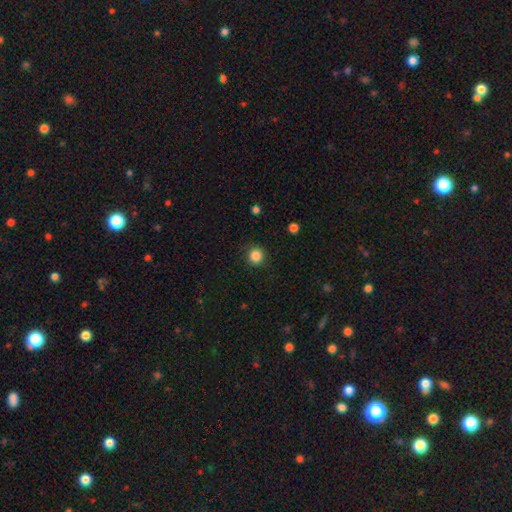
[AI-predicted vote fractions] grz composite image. It shows a smooth galaxy with no disk features (85%) that is round (94%). Merging: none (89%).